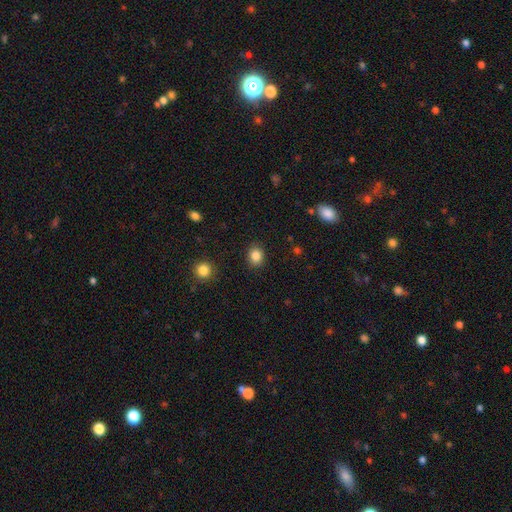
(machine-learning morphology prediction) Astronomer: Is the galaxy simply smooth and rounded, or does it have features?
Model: smooth — 85%.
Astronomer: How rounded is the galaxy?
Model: round — 59% (runner-up: in between, 40%).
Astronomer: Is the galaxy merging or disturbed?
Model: none — 88%.